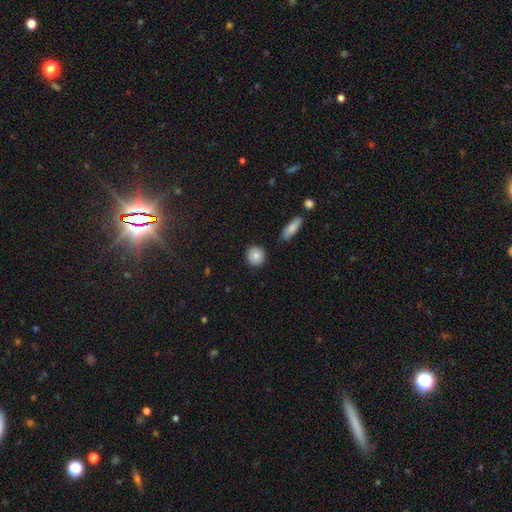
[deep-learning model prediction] smooth_or_featured: smooth (p=0.85) [alt: star or artifact p=0.08]
how_rounded: round (p=0.90) [alt: in between p=0.08]
merging: none (p=0.89) [alt: minor disturbance p=0.07]